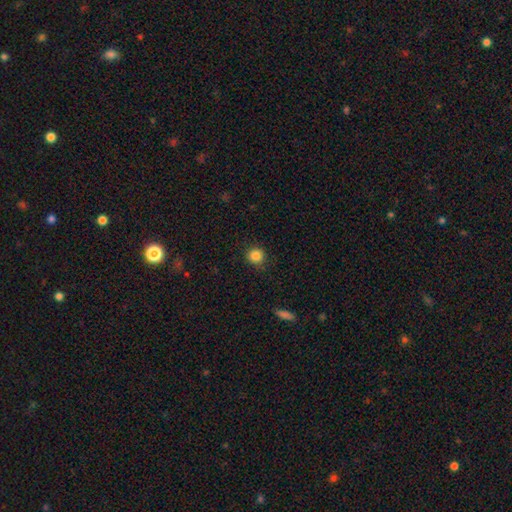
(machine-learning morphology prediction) Smooth or featured: smooth — 85% (star or artifact — 11%)
How rounded: round — 93% (in between — 6%)
Merging: none — 89% (minor disturbance — 8%)